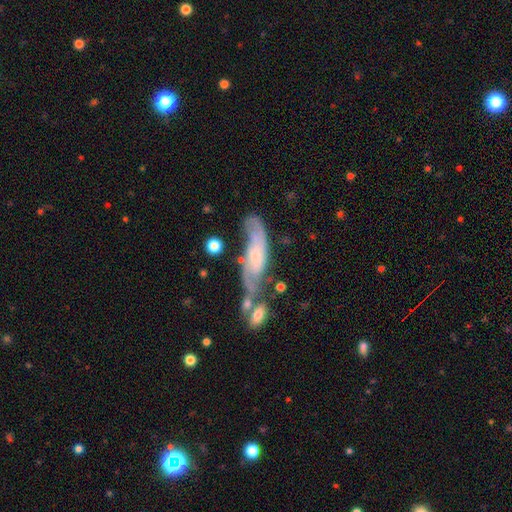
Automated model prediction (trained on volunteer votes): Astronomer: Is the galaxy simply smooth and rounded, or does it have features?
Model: featured or disk — 70%.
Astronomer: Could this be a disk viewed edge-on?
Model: no — 82%.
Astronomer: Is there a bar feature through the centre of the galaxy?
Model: no — 58%.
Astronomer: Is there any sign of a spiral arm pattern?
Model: yes — 91%.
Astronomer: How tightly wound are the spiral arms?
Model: medium — 42% (runner-up: tight, 30%).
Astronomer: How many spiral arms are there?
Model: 2 — 72%.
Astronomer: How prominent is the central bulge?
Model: small — 61%.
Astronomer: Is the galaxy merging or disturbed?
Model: none — 45% (runner-up: merger, 22%).